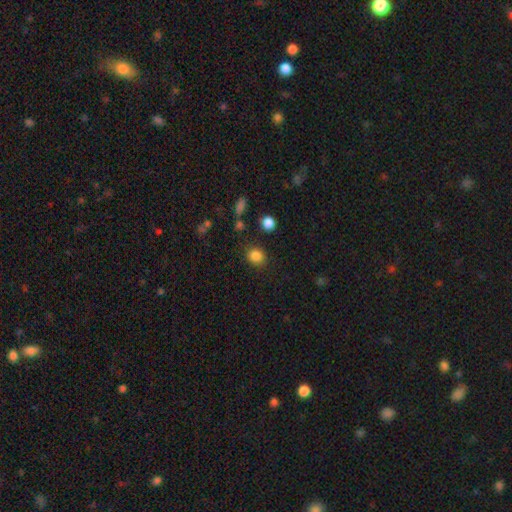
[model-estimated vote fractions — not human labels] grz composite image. It shows a smooth galaxy with no disk features (84%) that is round (65%). Merging: none (84%).